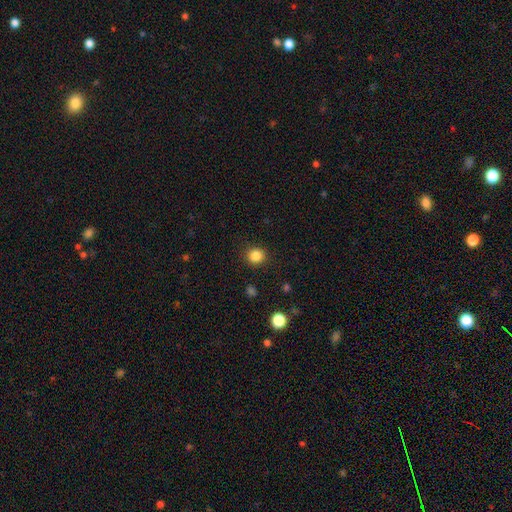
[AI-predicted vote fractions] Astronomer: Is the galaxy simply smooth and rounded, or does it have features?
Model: smooth — 85%.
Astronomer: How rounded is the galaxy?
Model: round — 88%.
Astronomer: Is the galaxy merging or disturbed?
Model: none — 90%.